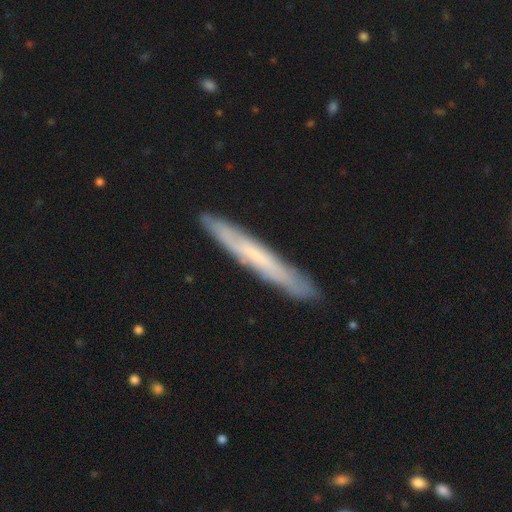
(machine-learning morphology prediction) Overall: featured or disk (53%; smooth 40%). Edge-on disk: yes (83%). Merging: none (88%).